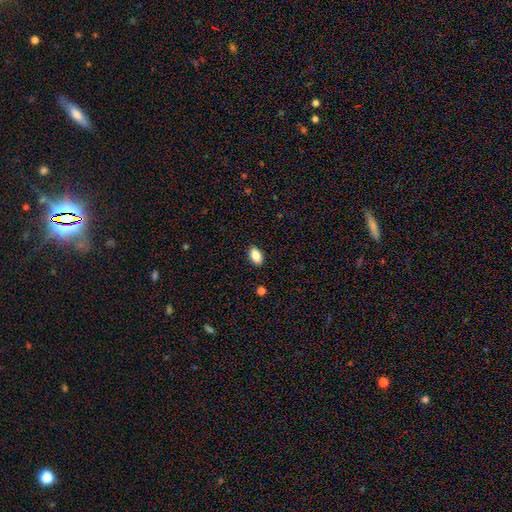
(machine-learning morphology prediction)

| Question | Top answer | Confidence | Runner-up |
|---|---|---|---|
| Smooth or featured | smooth | 88% | star or artifact (8%) |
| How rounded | in between | 91% | round (7%) |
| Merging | none | 89% | minor disturbance (8%) |